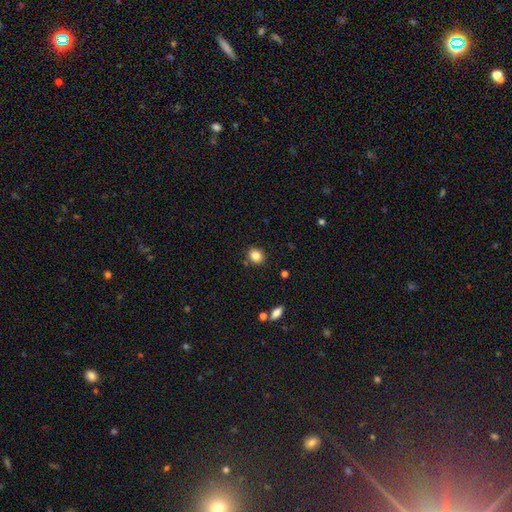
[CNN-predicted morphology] Smooth or featured?
  - smooth: 84% *
  - star or artifact: 11%
  - featured or disk: 6%
How rounded?
  - round: 67% *
  - in between: 32%
  - cigar-shaped: 1%
Merging?
  - none: 85% *
  - minor disturbance: 9%
  - merger: 3%
  - major disturbance: 2%